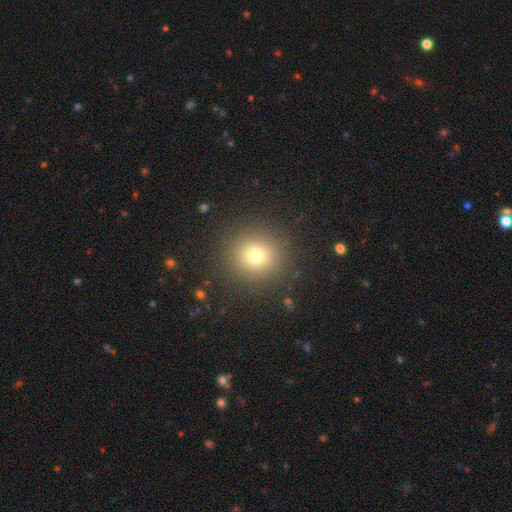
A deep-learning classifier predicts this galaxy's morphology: This is likely a smooth galaxy (73%). How rounded: clearly round (93%). Merging: clearly none (89%).